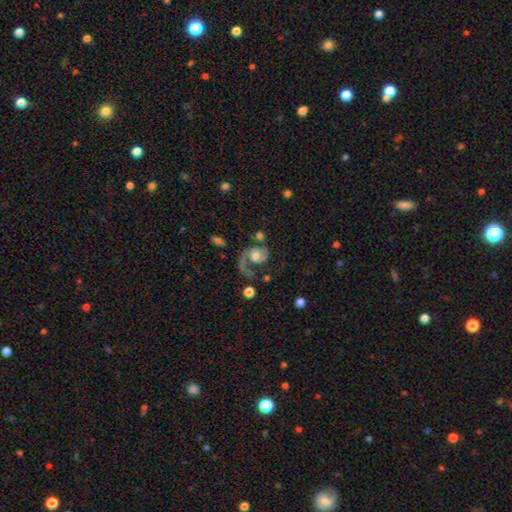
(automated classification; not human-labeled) Smooth or featured?
  - featured or disk: 71% *
  - smooth: 22%
  - star or artifact: 8%
Edge-on disk?
  - no: 98% *
  - yes: 2%
Bar?
  - no: 73% *
  - weak: 22%
  - strong: 5%
Spiral arms?
  - yes: 89% *
  - no: 11%
Spiral winding?
  - loose: 43% *
  - medium: 38%
  - tight: 19%
Spiral arm count?
  - 1: 71% *
  - 2: 23%
  - can't tell: 4%
  - 3: 1%
  - 4: 1%
  - more than 4: 1%
Bulge size?
  - moderate: 50% *
  - large: 30%
  - small: 12%
  - none: 4%
  - dominant: 4%
Merging?
  - major disturbance: 43% *
  - none: 34%
  - minor disturbance: 15%
  - merger: 8%